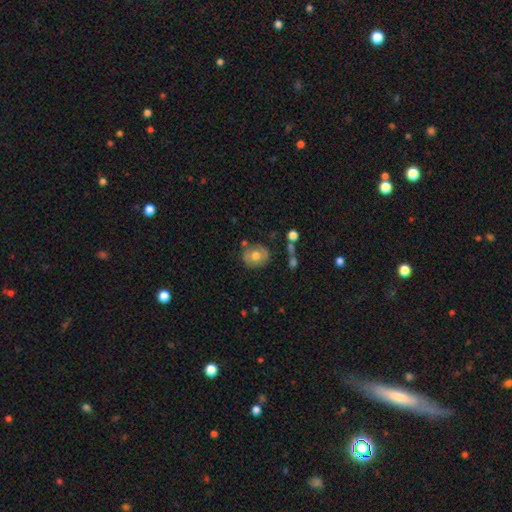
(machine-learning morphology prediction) A smooth galaxy with no disk features (60%) that is round (71%).

Vote fractions:
- Smooth or featured? smooth: 60% / featured or disk: 31% / star or artifact: 8%
- How rounded? round: 71% / in between: 28% / cigar-shaped: 1%
- Merging? none: 71% / minor disturbance: 17% / merger: 7% / major disturbance: 5%